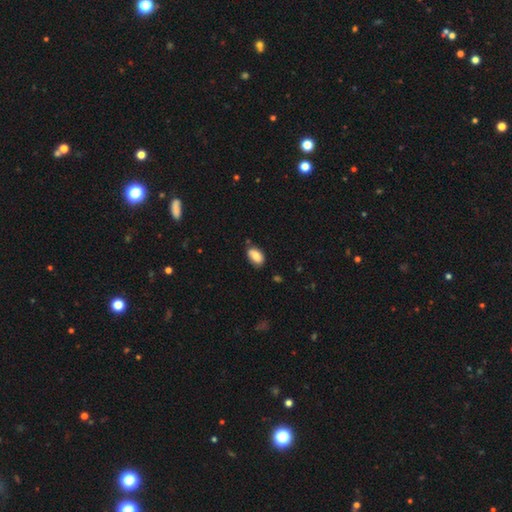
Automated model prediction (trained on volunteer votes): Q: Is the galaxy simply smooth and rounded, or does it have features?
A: smooth — 80%.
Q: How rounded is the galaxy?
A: in between — 92%.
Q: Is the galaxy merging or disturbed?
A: none — 73%.